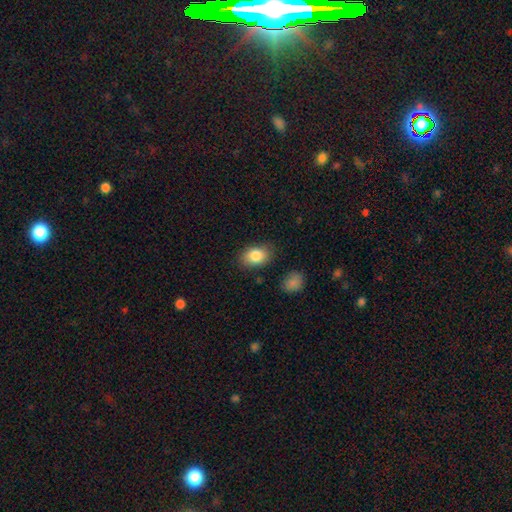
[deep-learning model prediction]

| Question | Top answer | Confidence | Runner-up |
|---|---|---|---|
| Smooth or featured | smooth | 84% | featured or disk (8%) |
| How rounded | in between | 80% | round (18%) |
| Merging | none | 80% | minor disturbance (14%) |